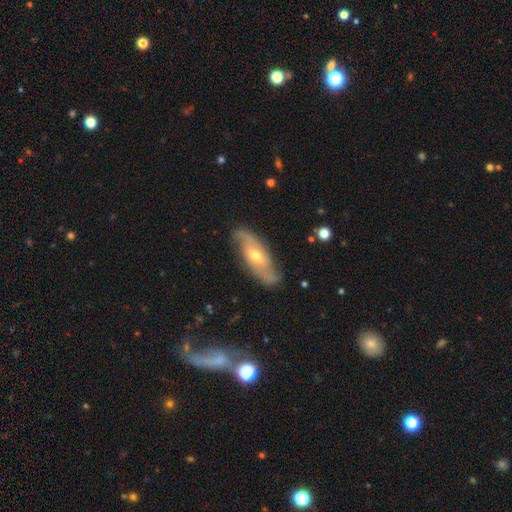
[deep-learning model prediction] Smooth or featured?
  - featured or disk: 76% *
  - smooth: 17%
  - star or artifact: 7%
Edge-on disk?
  - no: 83% *
  - yes: 17%
Bar?
  - no: 56% *
  - weak: 33%
  - strong: 12%
Spiral arms?
  - yes: 88% *
  - no: 12%
Spiral winding?
  - medium: 40% *
  - tight: 35%
  - loose: 26%
Spiral arm count?
  - 2: 71% *
  - can't tell: 18%
  - 3: 5%
  - 1: 2%
  - 4: 2%
  - more than 4: 2%
Bulge size?
  - moderate: 55% *
  - small: 42%
  - large: 2%
  - none: 1%
  - dominant: 1%
Merging?
  - none: 78% *
  - minor disturbance: 16%
  - major disturbance: 4%
  - merger: 2%